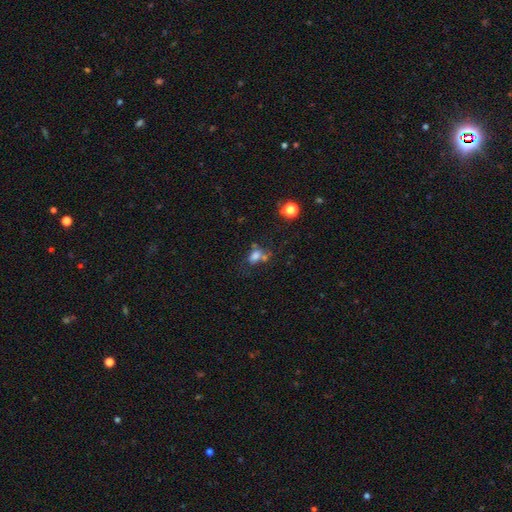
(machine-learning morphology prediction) This is likely a smooth galaxy (71%). How rounded: likely in between (68%). Merging: marginally none (41%).